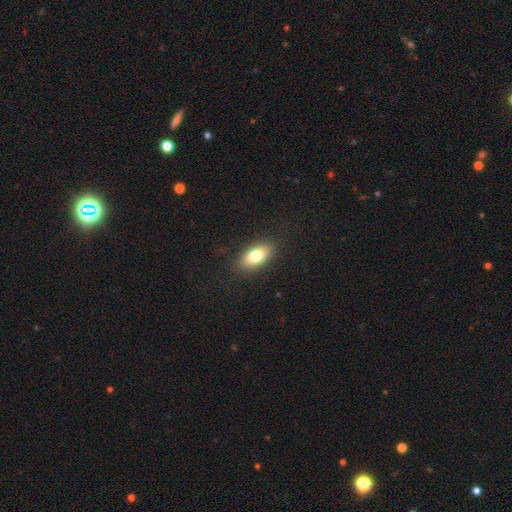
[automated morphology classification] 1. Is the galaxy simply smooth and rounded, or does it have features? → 78% smooth, 15% featured or disk, 8% star or artifact.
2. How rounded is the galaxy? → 87% in between, 8% cigar-shaped, 5% round.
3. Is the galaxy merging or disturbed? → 87% none, 9% minor disturbance, 3% major disturbance, 1% merger.